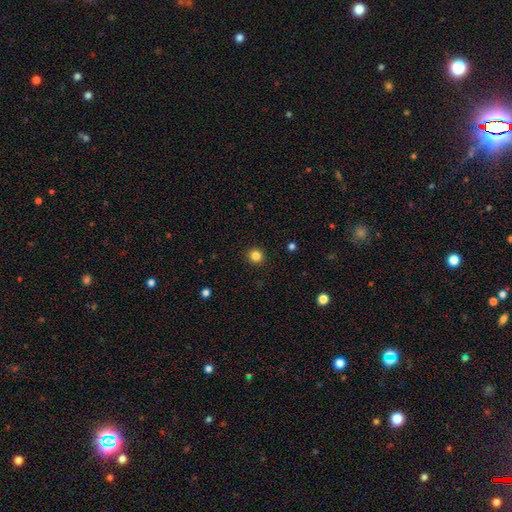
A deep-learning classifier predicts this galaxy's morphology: This appears to be a smooth galaxy with no disk features (83%) that is round (94%). Merging: none (93%).